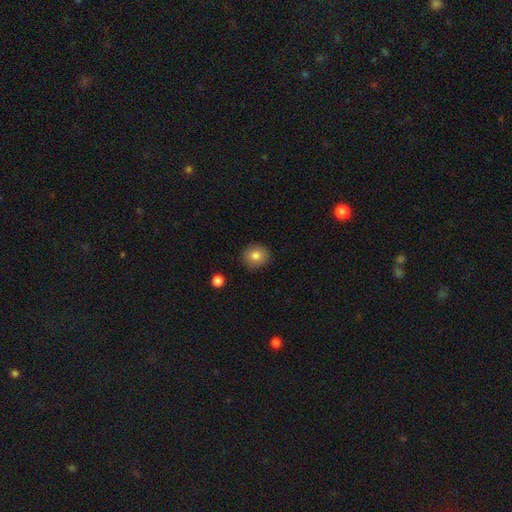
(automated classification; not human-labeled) smooth-or-featured: smooth: 80% | featured or disk: 10% | star or artifact: 10%
  how-rounded: round: 88% | in between: 11% | cigar-shaped: 1%
  merging: none: 90% | minor disturbance: 7% | major disturbance: 2% | merger: 1%